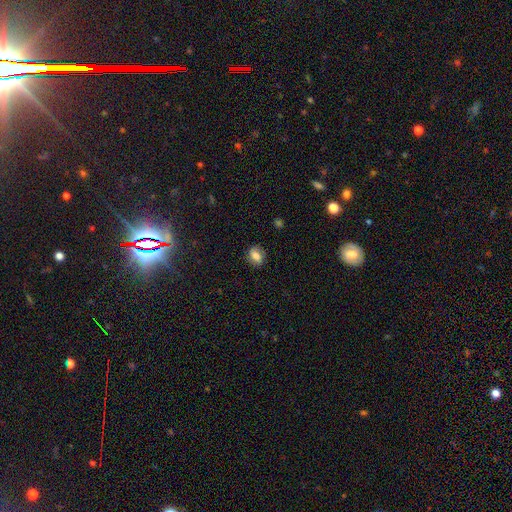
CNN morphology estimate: Q: Smooth or featured?
A: smooth (68%); runner-up: featured or disk (22%)
Q: How rounded?
A: in between (64%); runner-up: round (34%)
Q: Merging?
A: none (79%); runner-up: minor disturbance (15%)